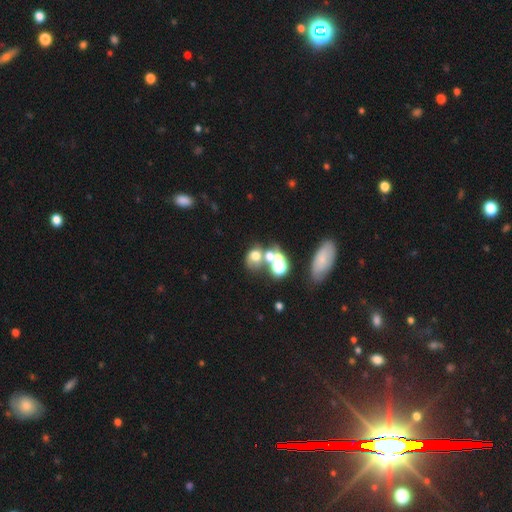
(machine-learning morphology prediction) A smooth galaxy with no disk features (49%).

Vote fractions:
- Smooth or featured? smooth: 49% / featured or disk: 28% / star or artifact: 23%
- Merging? merger: 52% / none: 26% / major disturbance: 12% / minor disturbance: 10%